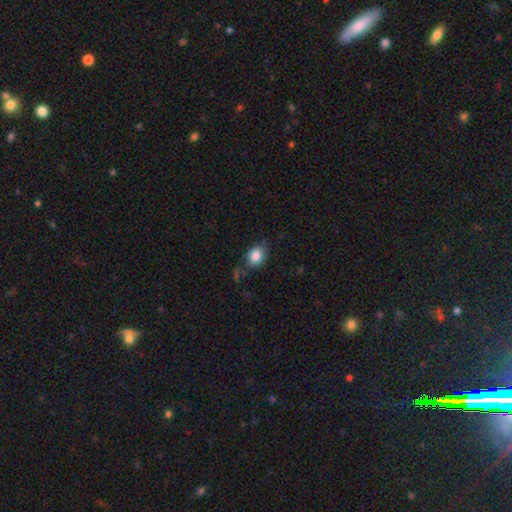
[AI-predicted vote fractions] A smooth galaxy with no disk features (83%) that is in between round and cigar-shaped (59%). Merging: none (64%).